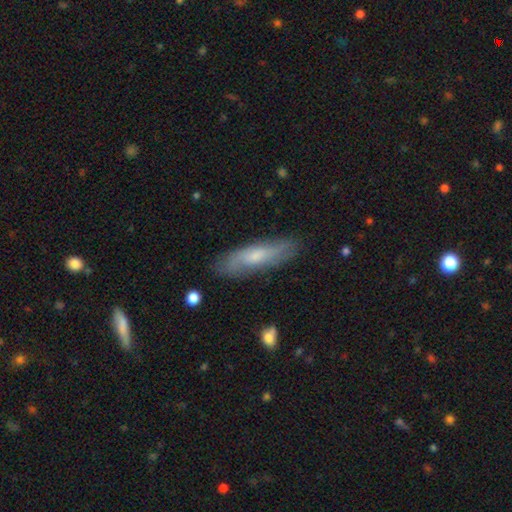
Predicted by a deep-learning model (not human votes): This is possibly a smooth galaxy (51%). How rounded: likely cigar-shaped (62%). Merging: likely none (78%).